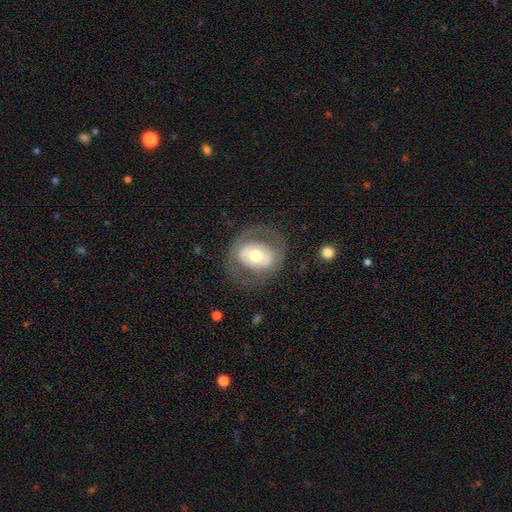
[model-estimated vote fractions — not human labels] Smooth or featured: featured or disk — 53% (smooth — 41%)
Edge-on disk: no — 95% (yes — 5%)
Bar: no — 62% (weak — 22%)
Spiral arms: no — 78% (yes — 22%)
Bulge size: moderate — 69% (small — 14%)
Merging: none — 72% (minor disturbance — 14%)